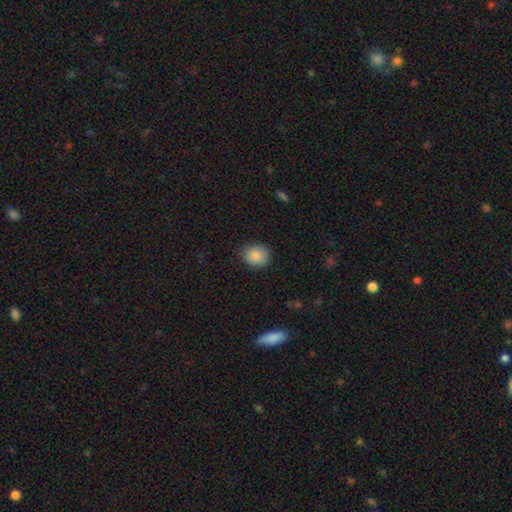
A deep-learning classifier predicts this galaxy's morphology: Q: Smooth or featured?
A: smooth (86%); runner-up: star or artifact (9%)
Q: How rounded?
A: round (69%); runner-up: in between (30%)
Q: Merging?
A: none (84%); runner-up: minor disturbance (12%)